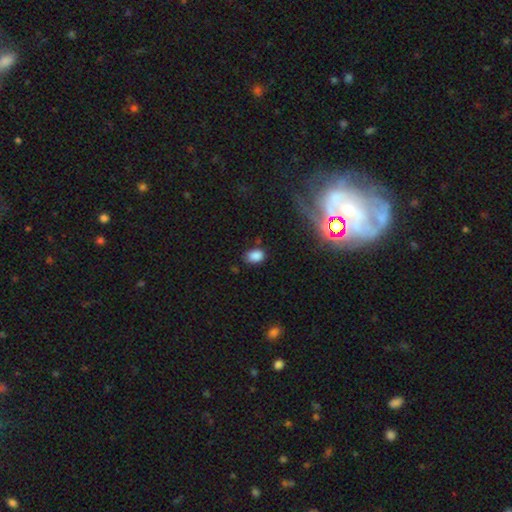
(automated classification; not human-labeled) Q: Smooth or featured?
A: smooth (84%); runner-up: star or artifact (11%)
Q: How rounded?
A: in between (81%); runner-up: round (18%)
Q: Merging?
A: none (76%); runner-up: minor disturbance (17%)